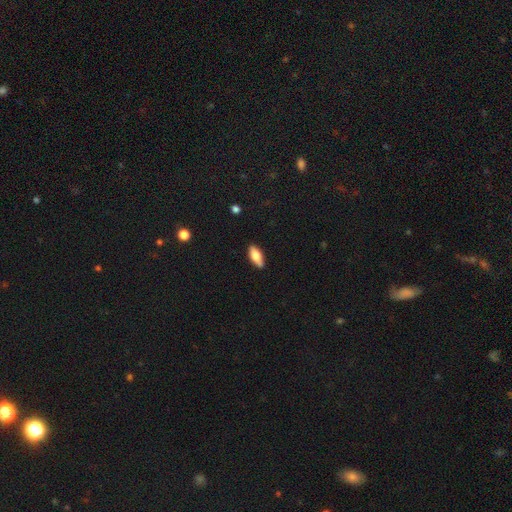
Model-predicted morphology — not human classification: smooth-or-featured: smooth: 71% | featured or disk: 23% | star or artifact: 7%
  how-rounded: in between: 78% | cigar-shaped: 19% | round: 2%
  merging: none: 83% | minor disturbance: 13% | major disturbance: 2% | merger: 2%